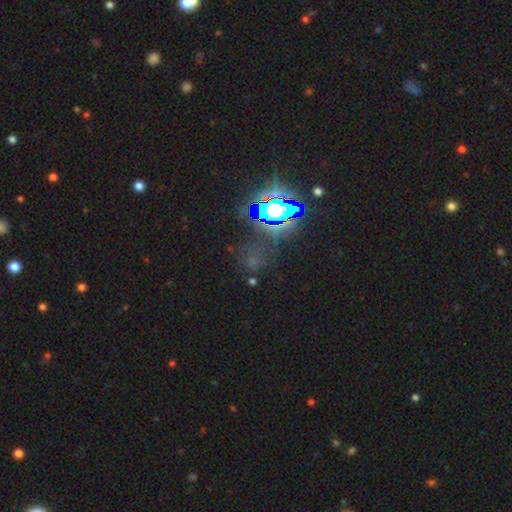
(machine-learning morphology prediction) Smooth or featured? Predicted: star or artifact (p=0.82).